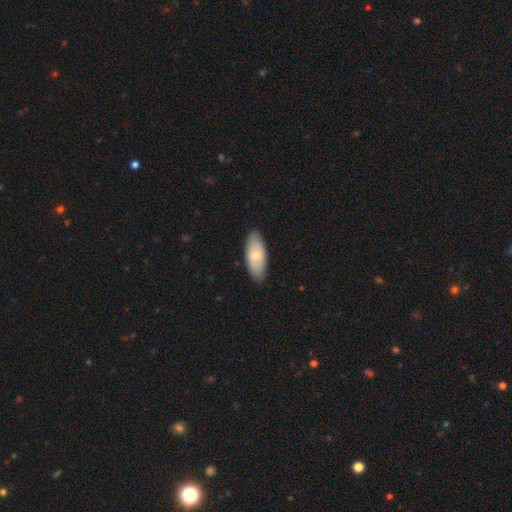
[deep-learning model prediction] smooth_or_featured: smooth (p=0.68) [alt: featured or disk p=0.27]
how_rounded: in between (p=0.83) [alt: cigar-shaped p=0.14]
merging: none (p=0.84) [alt: minor disturbance p=0.12]